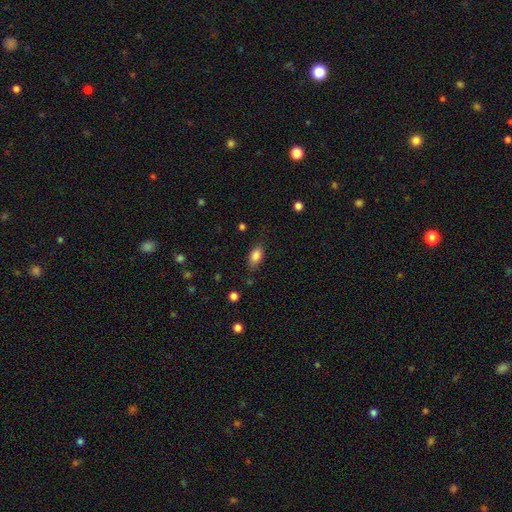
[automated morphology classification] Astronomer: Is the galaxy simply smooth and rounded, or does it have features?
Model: smooth — 84%.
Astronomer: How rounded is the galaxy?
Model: in between — 88%.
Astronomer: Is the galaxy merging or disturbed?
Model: none — 74%.